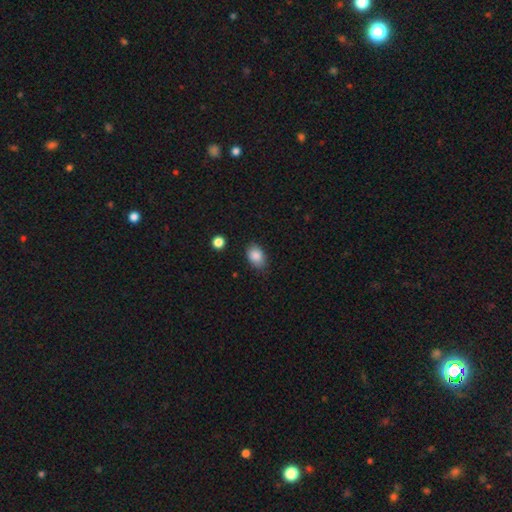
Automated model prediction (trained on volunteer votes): smooth 87%, star or artifact 8%, featured or disk 5%. Down the decision tree: how rounded — in between (81%); merging — none (77%).